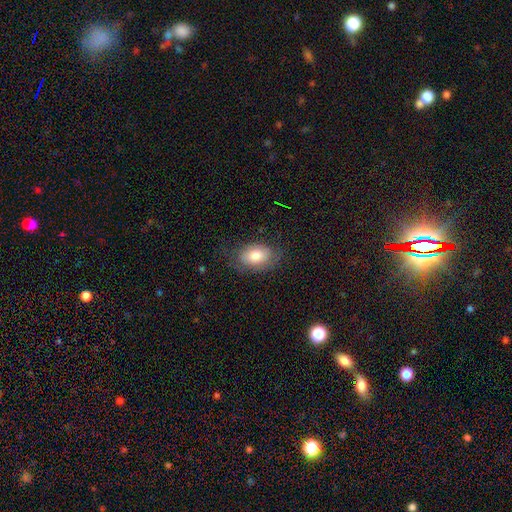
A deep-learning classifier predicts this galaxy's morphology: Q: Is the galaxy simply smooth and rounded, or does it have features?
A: smooth — 75%.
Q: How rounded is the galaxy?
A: in between — 84%.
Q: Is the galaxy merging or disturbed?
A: none — 71%.